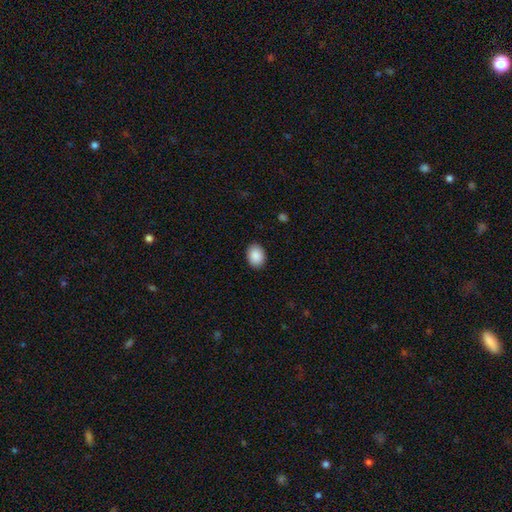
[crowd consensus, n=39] Q: Smooth or featured?
A: smooth (90%); runner-up: star or artifact (8%)
Q: How rounded?
A: in between (57%); runner-up: round (43%)
Q: Merging?
A: none (92%); runner-up: minor disturbance (3%)